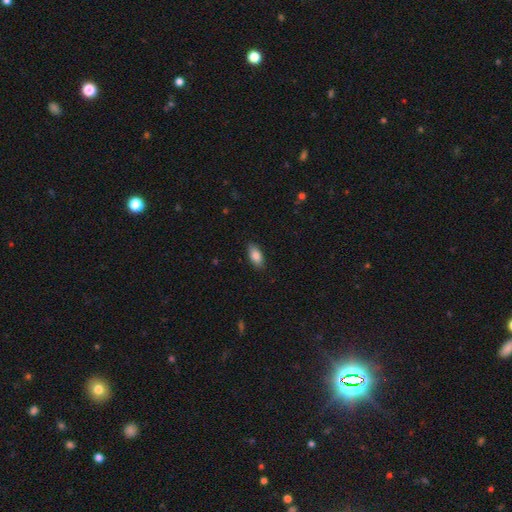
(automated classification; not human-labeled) Smooth or featured? Predicted: smooth (p=0.86). How rounded? Predicted: in between (p=0.91). Merging? Predicted: none (p=0.87).